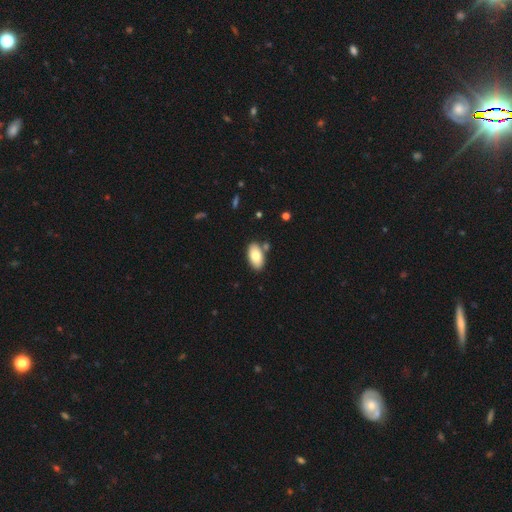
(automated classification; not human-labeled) Q: Smooth or featured?
A: smooth (80%); runner-up: featured or disk (14%)
Q: How rounded?
A: in between (95%); runner-up: round (3%)
Q: Merging?
A: none (80%); runner-up: minor disturbance (11%)